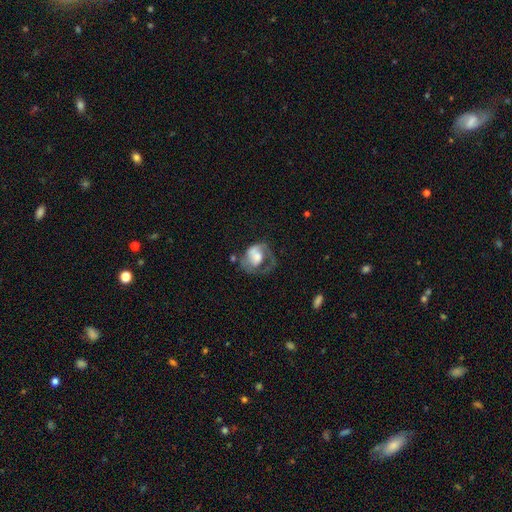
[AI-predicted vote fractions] A featured or disk galaxy (60%) with no bar (62%), spiral arms (68%) and a moderate central bulge (39%).

Vote fractions:
- Smooth or featured? featured or disk: 60% / smooth: 33% / star or artifact: 8%
- Edge-on disk? no: 97% / yes: 3%
- Bar? no: 62% / weak: 29% / strong: 9%
- Spiral arms? yes: 68% / no: 32%
- Bulge size? moderate: 39% / large: 30% / small: 16% / none: 11% / dominant: 4%
- Merging? major disturbance: 46% / none: 29% / minor disturbance: 19% / merger: 6%